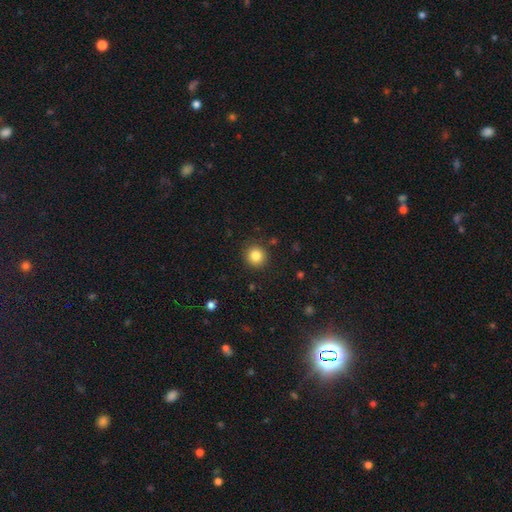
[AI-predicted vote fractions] Q: Smooth or featured?
A: smooth (84%); runner-up: star or artifact (11%)
Q: How rounded?
A: round (93%); runner-up: in between (6%)
Q: Merging?
A: none (90%); runner-up: minor disturbance (6%)